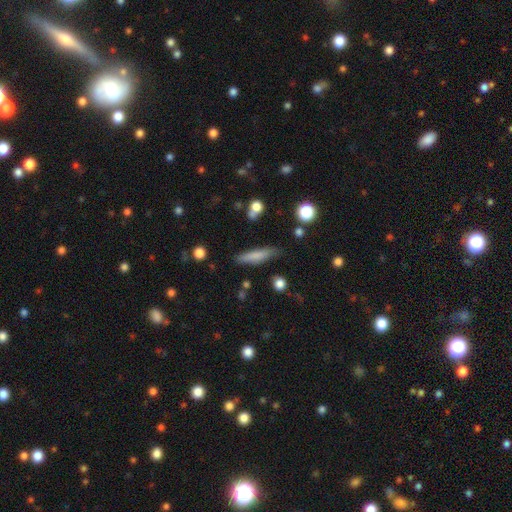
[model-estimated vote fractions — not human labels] A smooth galaxy with no disk features (74%) that is cigar-shaped (79%). Merging: none (77%).